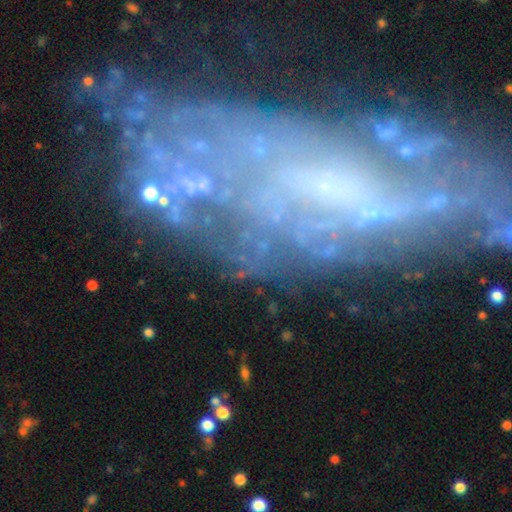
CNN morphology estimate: Smooth or featured? Predicted: featured or disk (p=0.54). Edge-on disk? Predicted: no (p=0.90). Merging? Predicted: none (p=0.64).